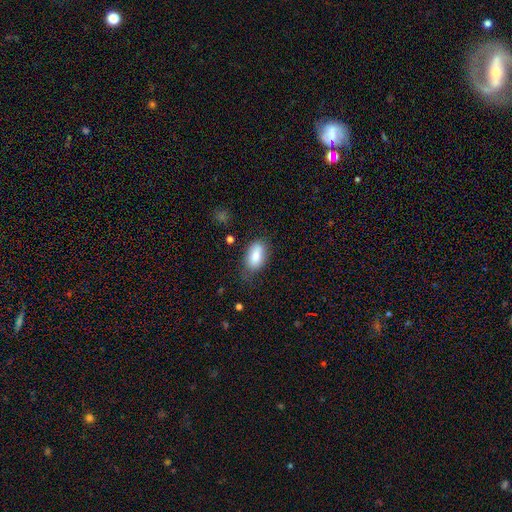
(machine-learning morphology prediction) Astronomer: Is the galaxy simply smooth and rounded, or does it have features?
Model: smooth — 81%.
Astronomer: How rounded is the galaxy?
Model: in between — 92%.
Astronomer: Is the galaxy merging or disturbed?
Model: none — 68%.